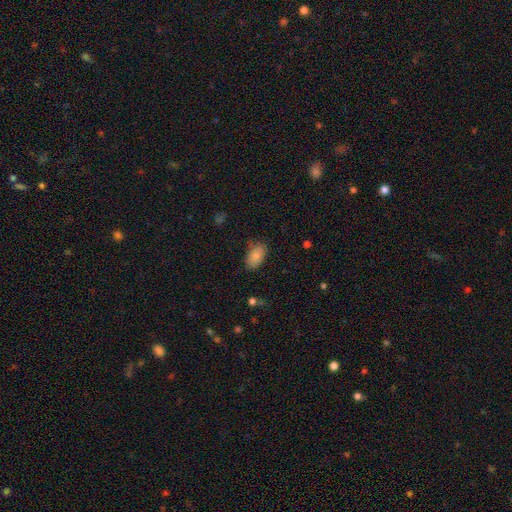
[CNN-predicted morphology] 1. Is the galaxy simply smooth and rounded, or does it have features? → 84% smooth, 8% featured or disk, 8% star or artifact.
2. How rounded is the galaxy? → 92% in between, 6% round, 2% cigar-shaped.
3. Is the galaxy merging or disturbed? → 72% none, 21% minor disturbance, 5% major disturbance, 2% merger.